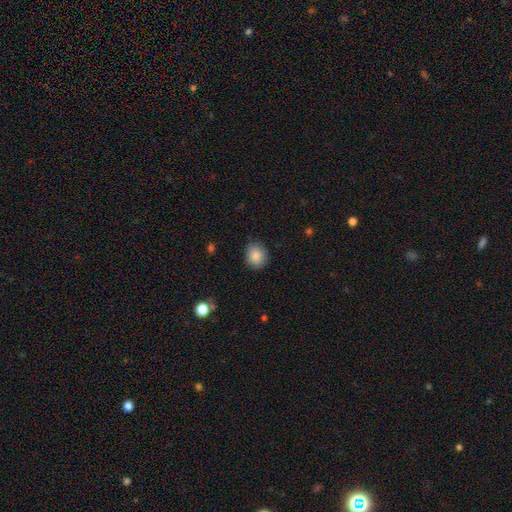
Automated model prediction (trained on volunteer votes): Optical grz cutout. It shows a smooth galaxy with no disk features (87%) that is round (75%). Merging: none (84%).